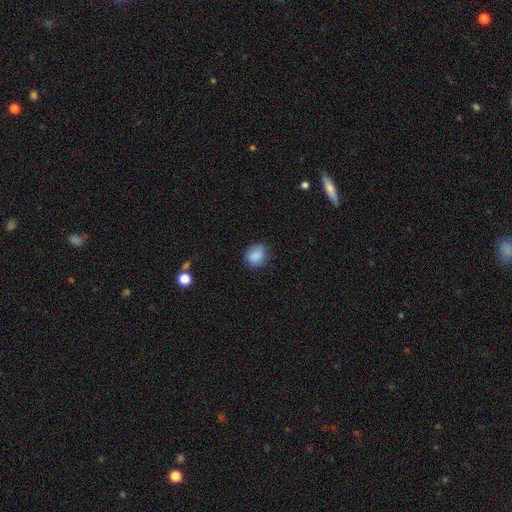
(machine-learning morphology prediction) Overall: smooth (87%). How rounded: round (71%). Merging: none (79%).